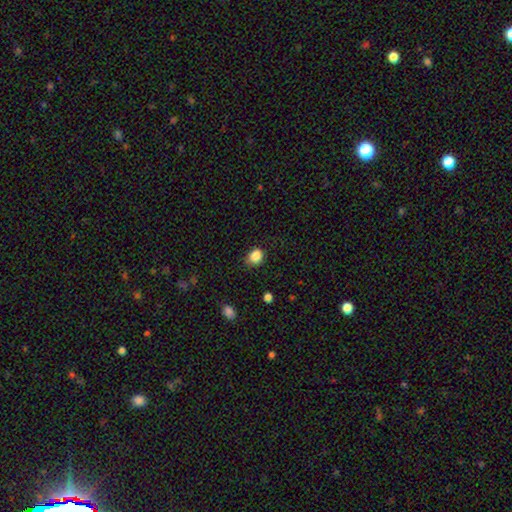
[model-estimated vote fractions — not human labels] A smooth galaxy with no disk features (86%) that is round (62%).

Vote fractions:
- Smooth or featured? smooth: 86% / star or artifact: 10% / featured or disk: 3%
- How rounded? round: 62% / in between: 37% / cigar-shaped: 1%
- Merging? none: 74% / minor disturbance: 20% / major disturbance: 4% / merger: 1%